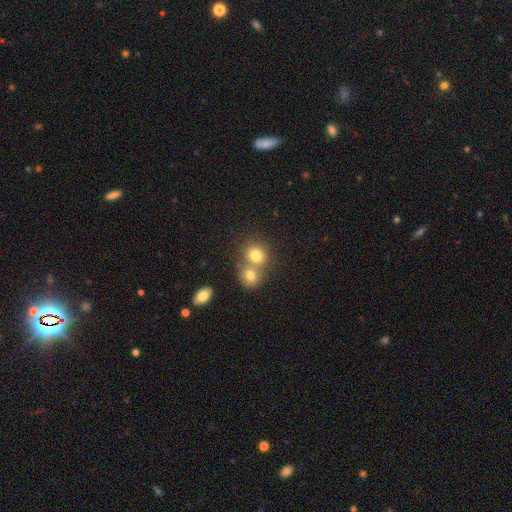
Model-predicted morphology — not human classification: smooth_or_featured: smooth (p=0.77) [alt: star or artifact p=0.12]
how_rounded: round (p=0.76) [alt: in between p=0.23]
merging: merger (p=0.50) [alt: none p=0.40]